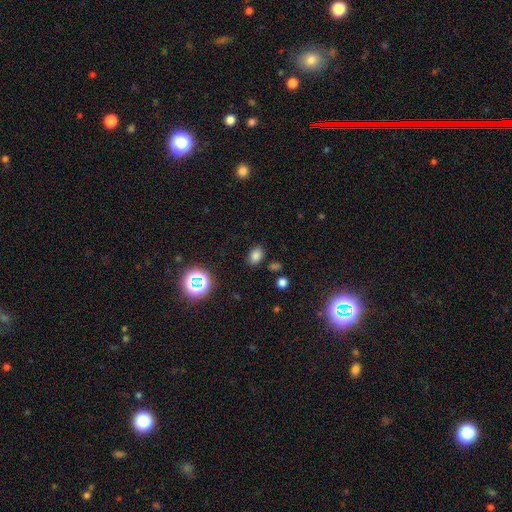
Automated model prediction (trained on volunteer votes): Smooth or featured?
  - smooth: 76% *
  - star or artifact: 18%
  - featured or disk: 6%
How rounded?
  - in between: 77% *
  - round: 21%
  - cigar-shaped: 1%
Merging?
  - none: 83% *
  - minor disturbance: 10%
  - merger: 4%
  - major disturbance: 3%